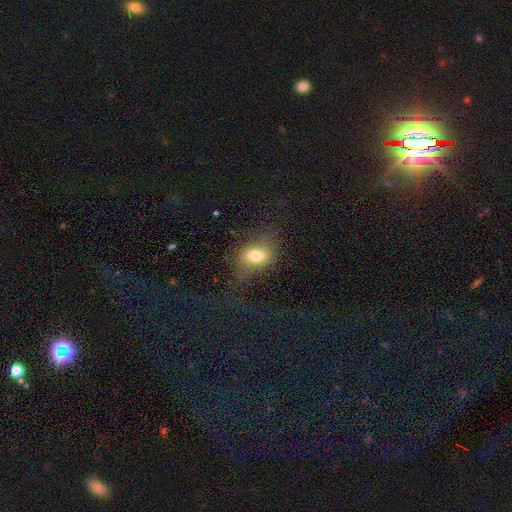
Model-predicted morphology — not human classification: A smooth galaxy with no disk features (72%) that is in between round and cigar-shaped (75%).

Vote fractions:
- Smooth or featured? smooth: 72% / featured or disk: 17% / star or artifact: 11%
- How rounded? in between: 75% / round: 23% / cigar-shaped: 3%
- Merging? none: 59% / minor disturbance: 22% / major disturbance: 17% / merger: 2%